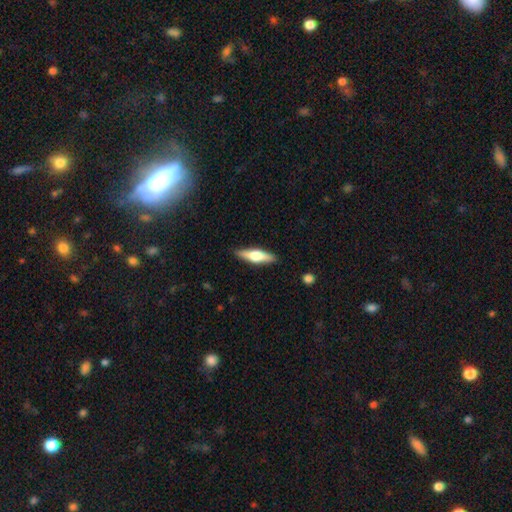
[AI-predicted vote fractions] Q: Smooth or featured?
A: featured or disk (52%); runner-up: smooth (42%)
Q: Edge-on disk?
A: yes (95%); runner-up: no (5%)
Q: Merging?
A: none (89%); runner-up: minor disturbance (8%)